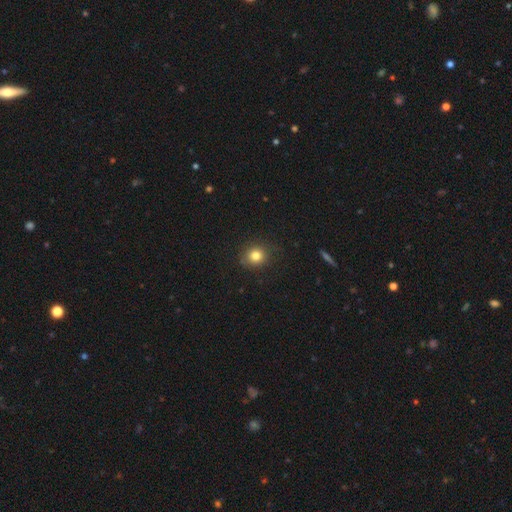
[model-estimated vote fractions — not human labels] Smooth or featured? Predicted: smooth (p=0.81). How rounded? Predicted: round (p=0.83). Merging? Predicted: none (p=0.84).